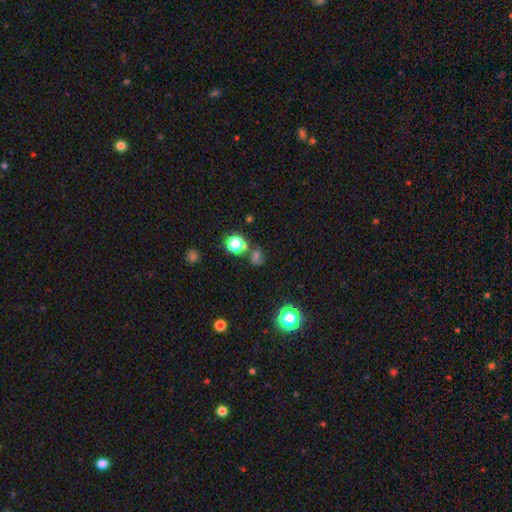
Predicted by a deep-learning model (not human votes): Q: Smooth or featured?
A: smooth (50%); runner-up: star or artifact (40%)
Q: Merging?
A: none (61%); runner-up: merger (22%)